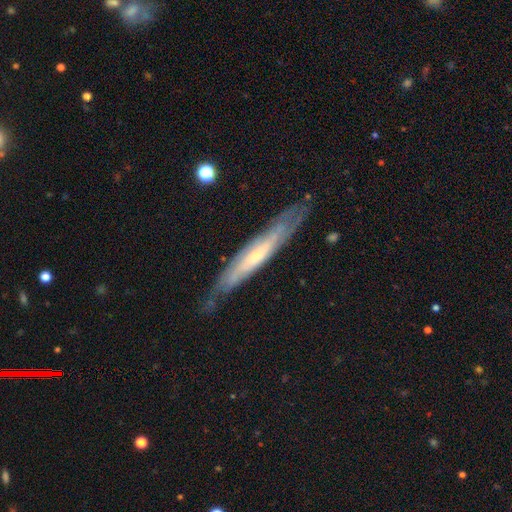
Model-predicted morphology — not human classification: Smooth or featured: featured or disk — 68% (smooth — 26%)
Edge-on disk: yes — 63% (no — 37%)
Merging: none — 73% (minor disturbance — 20%)